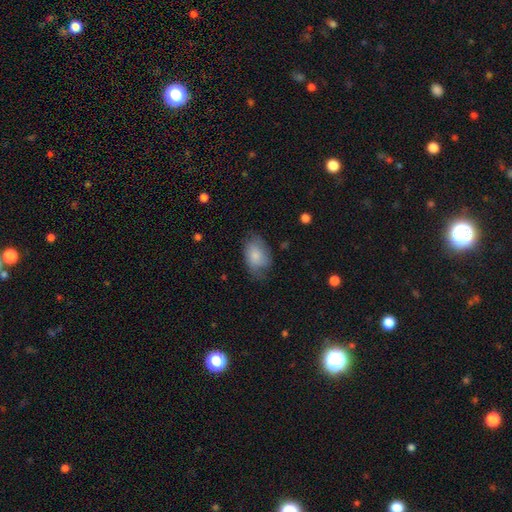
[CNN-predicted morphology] A smooth galaxy with no disk features (77%) that is in between round and cigar-shaped (88%).

Vote fractions:
- Smooth or featured? smooth: 77% / featured or disk: 16% / star or artifact: 7%
- How rounded? in between: 88% / round: 11% / cigar-shaped: 1%
- Merging? none: 57% / minor disturbance: 30% / major disturbance: 11% / merger: 1%